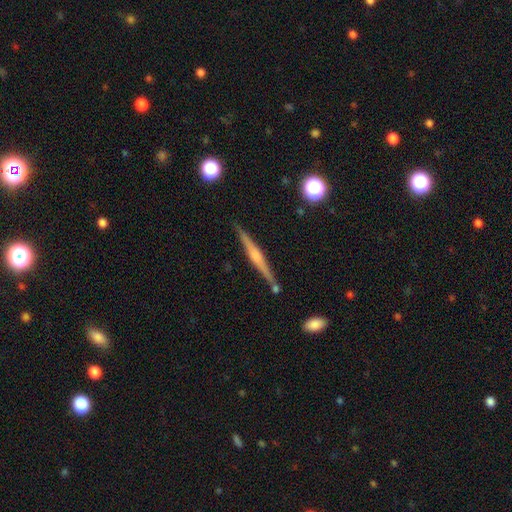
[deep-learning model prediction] Morphology: type=featured or disk (73%); edge-on=yes (98%); edge-on bulge=rounded (64%); merging=none (87%).